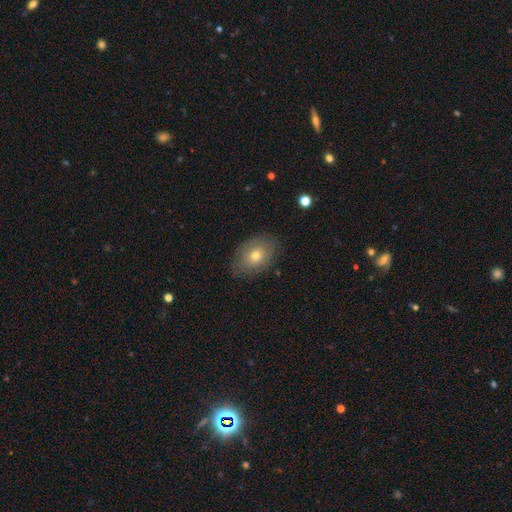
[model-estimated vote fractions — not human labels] Morphology: type=smooth (64%); roundness=in between (80%); merging=none (80%).